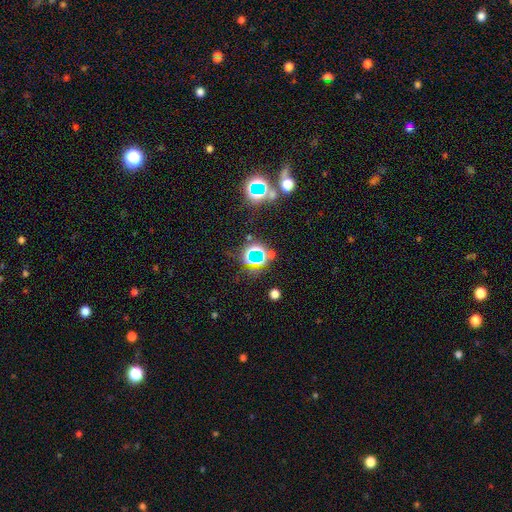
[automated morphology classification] smooth-or-featured: star or artifact: 64% | smooth: 25% | featured or disk: 12%